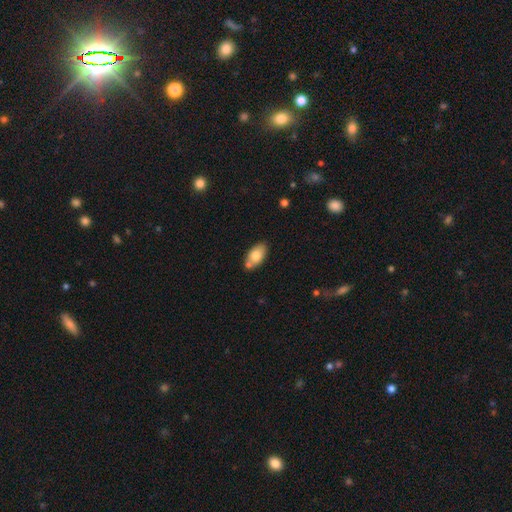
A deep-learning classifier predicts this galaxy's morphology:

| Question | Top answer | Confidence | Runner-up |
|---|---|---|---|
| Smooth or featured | smooth | 78% | featured or disk (15%) |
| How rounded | in between | 92% | round (5%) |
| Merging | none | 64% | merger (17%) |